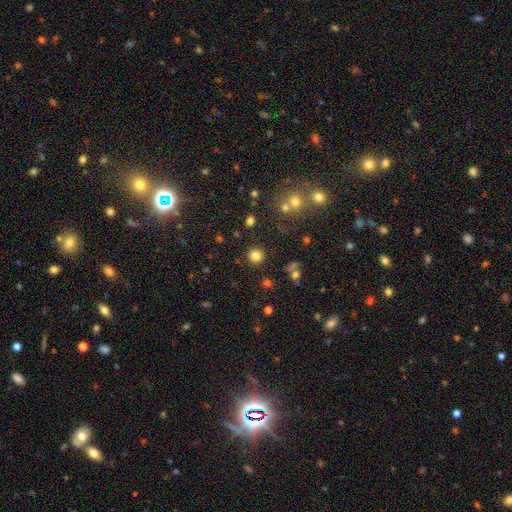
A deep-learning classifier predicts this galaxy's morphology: Q: Smooth or featured?
A: smooth (82%); runner-up: star or artifact (13%)
Q: How rounded?
A: round (93%); runner-up: in between (6%)
Q: Merging?
A: none (90%); runner-up: minor disturbance (5%)